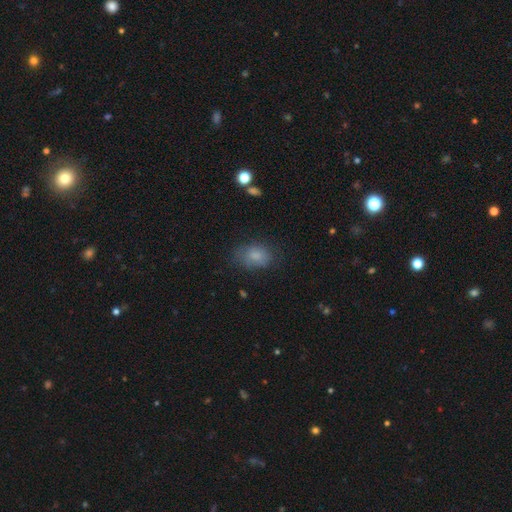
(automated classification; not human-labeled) Smooth or featured?
  - smooth: 80% *
  - star or artifact: 10%
  - featured or disk: 10%
How rounded?
  - in between: 76% *
  - round: 23%
  - cigar-shaped: 1%
Merging?
  - none: 69% *
  - minor disturbance: 21%
  - major disturbance: 8%
  - merger: 2%